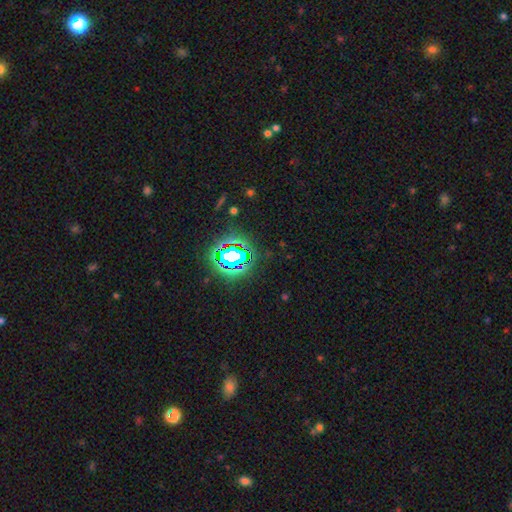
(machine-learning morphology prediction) Smooth or featured? star or artifact (77%)